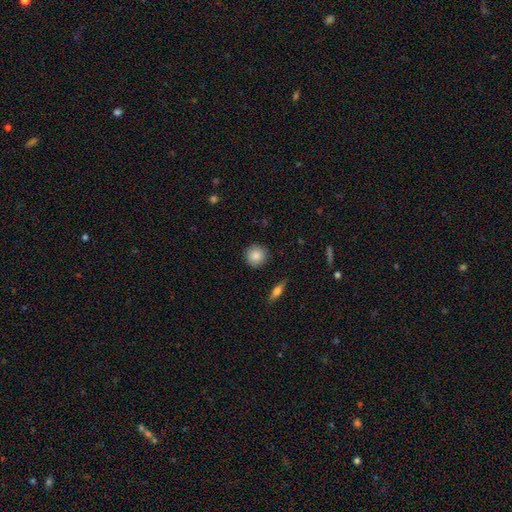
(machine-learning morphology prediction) smooth 85%, star or artifact 7%, featured or disk 7%. Down the decision tree: how rounded — round (93%); merging — none (90%).